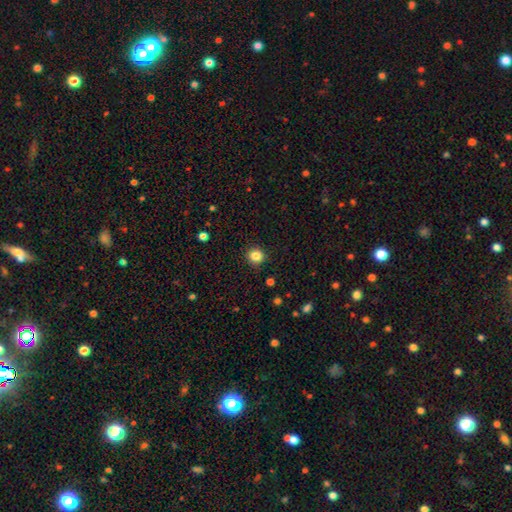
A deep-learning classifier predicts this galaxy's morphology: The model was most divided on "smooth or featured": smooth: 83%, star or artifact: 11%, featured or disk: 5%. More confident: merging — none (91%); how rounded — round (89%).